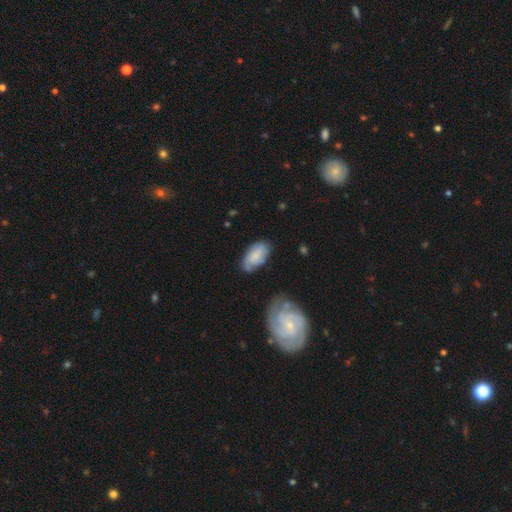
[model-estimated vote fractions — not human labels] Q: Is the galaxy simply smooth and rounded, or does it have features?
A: smooth — 57%.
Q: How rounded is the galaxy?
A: in between — 93%.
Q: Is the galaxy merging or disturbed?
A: none — 64%.